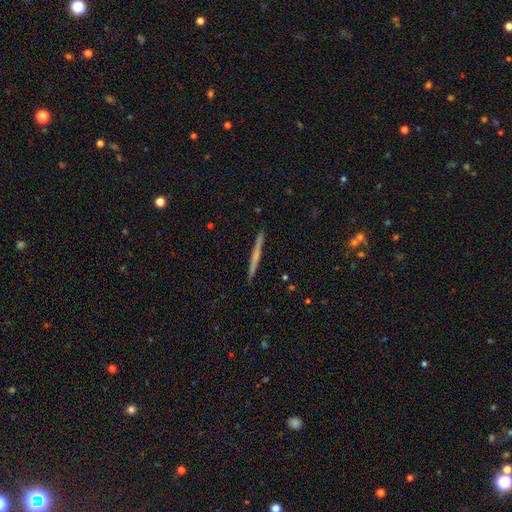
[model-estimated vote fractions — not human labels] This appears to be a featured or disk galaxy (52%) viewed edge-on (98%) with no central bulge (73%). Merging: none (92%).